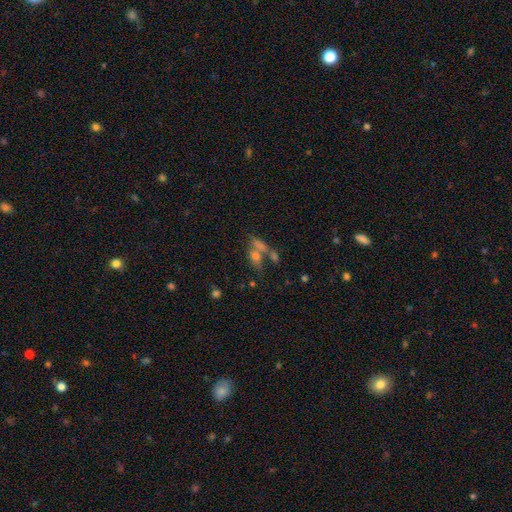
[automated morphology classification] Smooth or featured? Predicted: smooth (p=0.53). How rounded? Predicted: in between (p=0.58). Merging? Predicted: none (p=0.41).